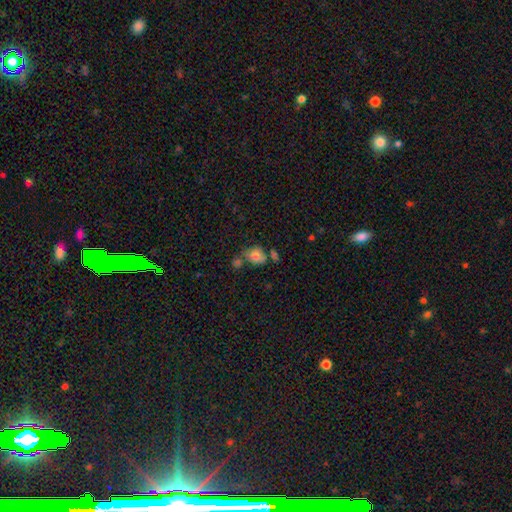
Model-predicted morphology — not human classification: smooth 78%, featured or disk 12%, star or artifact 10%. Down the decision tree: how rounded — in between (53%); merging — none (49%).